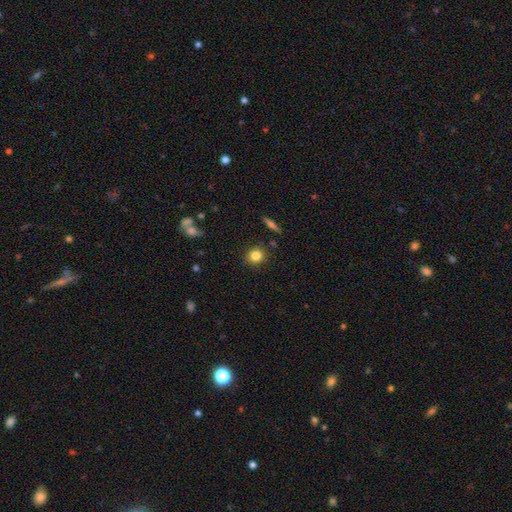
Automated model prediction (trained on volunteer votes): Morphology: type=smooth (82%); roundness=round (83%); merging=none (87%).